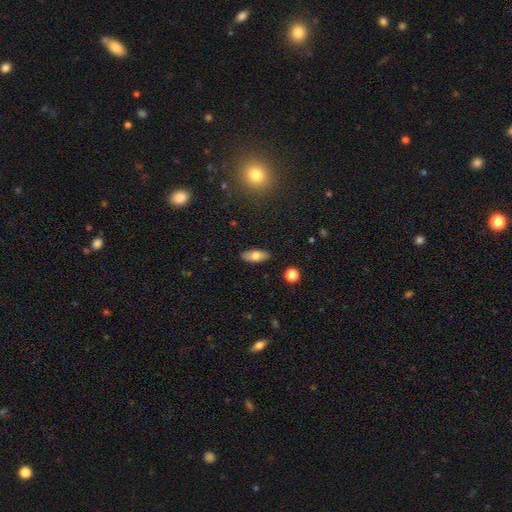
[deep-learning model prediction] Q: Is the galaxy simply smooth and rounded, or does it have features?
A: smooth — 74%.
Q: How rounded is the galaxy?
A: in between — 84%.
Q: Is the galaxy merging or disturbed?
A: none — 88%.